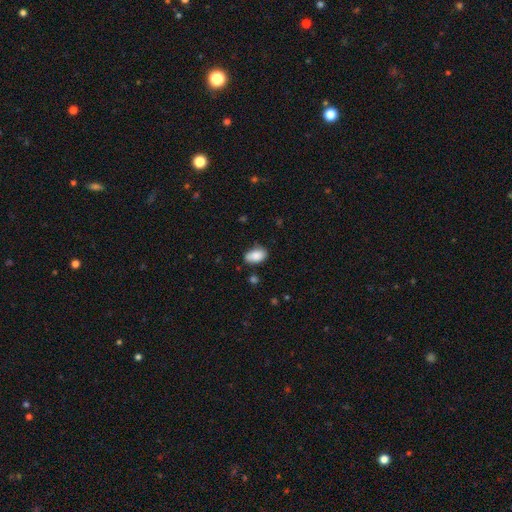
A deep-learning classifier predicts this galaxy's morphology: smooth 87%, star or artifact 7%, featured or disk 5%. Down the decision tree: how rounded — in between (92%); merging — none (74%).